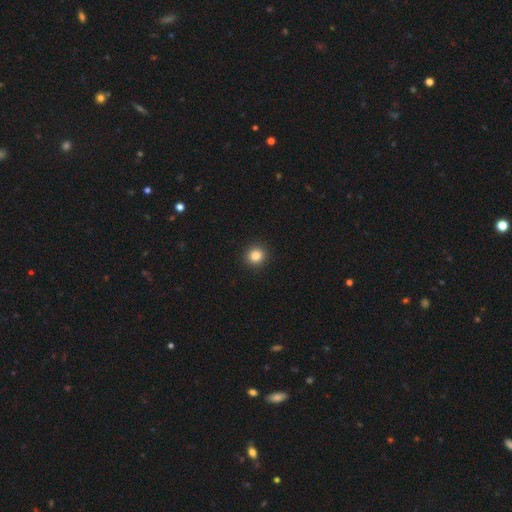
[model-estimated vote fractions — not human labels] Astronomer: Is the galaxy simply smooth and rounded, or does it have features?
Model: smooth — 85%.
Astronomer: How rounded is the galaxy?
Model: round — 89%.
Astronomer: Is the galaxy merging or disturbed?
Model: none — 92%.